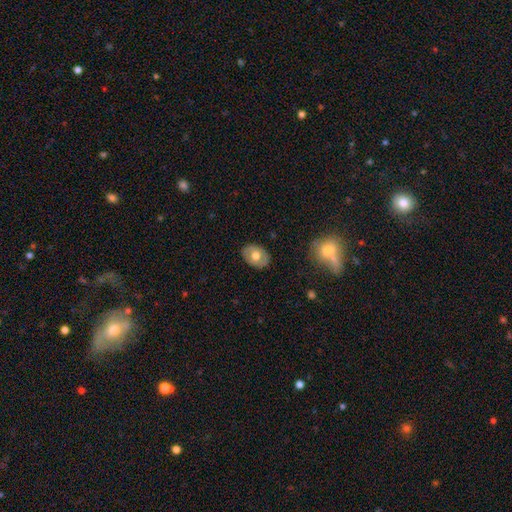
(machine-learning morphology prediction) smooth-or-featured: smooth: 55% | featured or disk: 38% | star or artifact: 6%
  how-rounded: in between: 71% | round: 28% | cigar-shaped: 1%
  merging: none: 84% | minor disturbance: 12% | major disturbance: 3% | merger: 1%